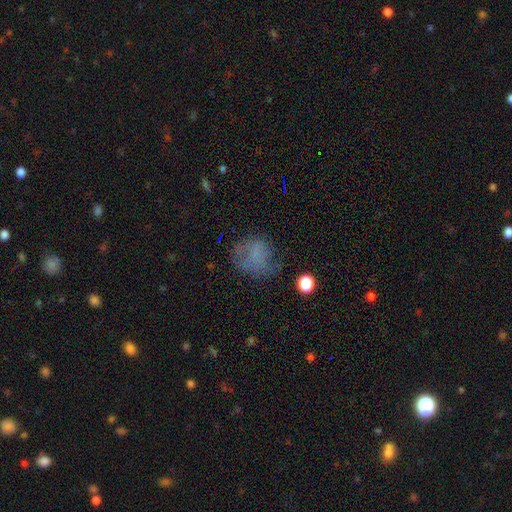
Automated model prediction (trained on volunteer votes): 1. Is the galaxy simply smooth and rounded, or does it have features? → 56% smooth, 26% featured or disk, 18% star or artifact.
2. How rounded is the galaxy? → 67% round, 32% in between, 1% cigar-shaped.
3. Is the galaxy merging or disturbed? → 50% none, 24% major disturbance, 23% minor disturbance, 3% merger.